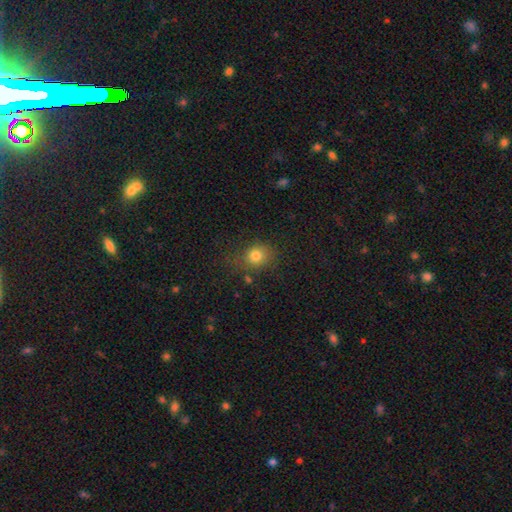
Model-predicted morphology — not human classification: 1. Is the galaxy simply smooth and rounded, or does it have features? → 79% smooth, 13% star or artifact, 8% featured or disk.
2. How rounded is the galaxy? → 71% round, 28% in between, 1% cigar-shaped.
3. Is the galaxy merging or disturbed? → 71% none, 17% minor disturbance, 8% major disturbance, 3% merger.